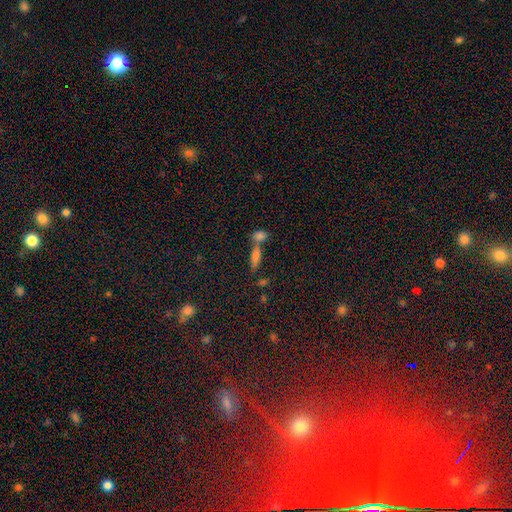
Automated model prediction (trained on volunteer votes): This is likely a smooth galaxy (66%). How rounded: possibly in between (53%). Merging: marginally merger (45%).